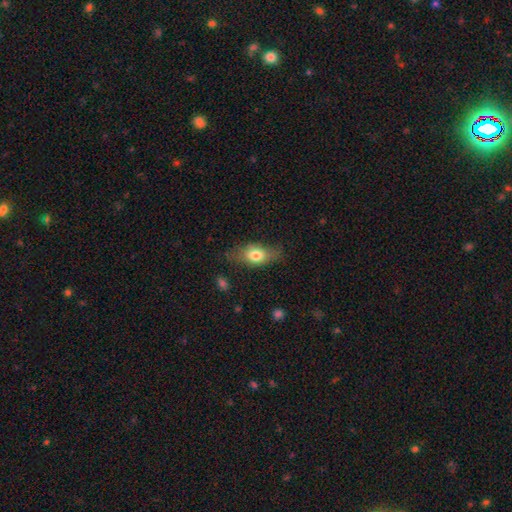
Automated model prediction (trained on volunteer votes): Smooth or featured?
  - smooth: 74% *
  - featured or disk: 18%
  - star or artifact: 8%
How rounded?
  - in between: 82% *
  - round: 10%
  - cigar-shaped: 8%
Merging?
  - none: 63% *
  - minor disturbance: 26%
  - major disturbance: 9%
  - merger: 2%